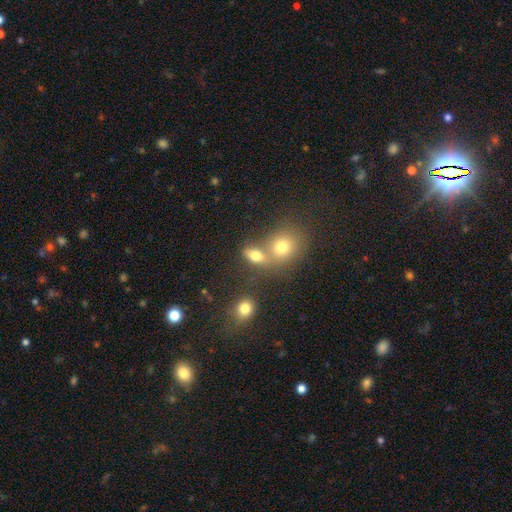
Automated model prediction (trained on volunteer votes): This is likely a smooth galaxy (73%). How rounded: likely in between (62%). Merging: marginally none (45%).